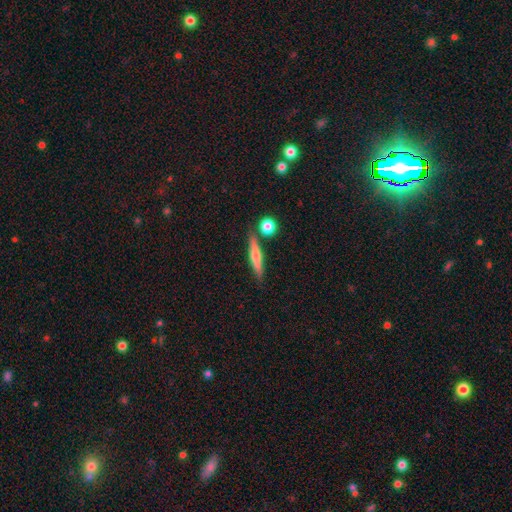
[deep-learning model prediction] smooth 52%, featured or disk 41%, star or artifact 7%. Down the decision tree: how rounded — cigar-shaped (87%); merging — none (80%).